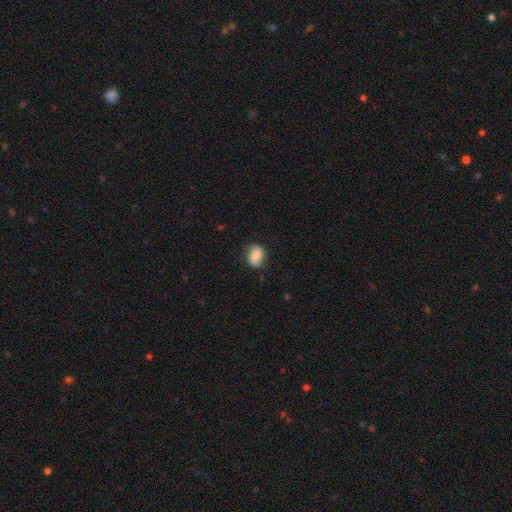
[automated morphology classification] Smooth or featured? Predicted: smooth (p=0.71). How rounded? Predicted: in between (p=0.63). Merging? Predicted: none (p=0.61).